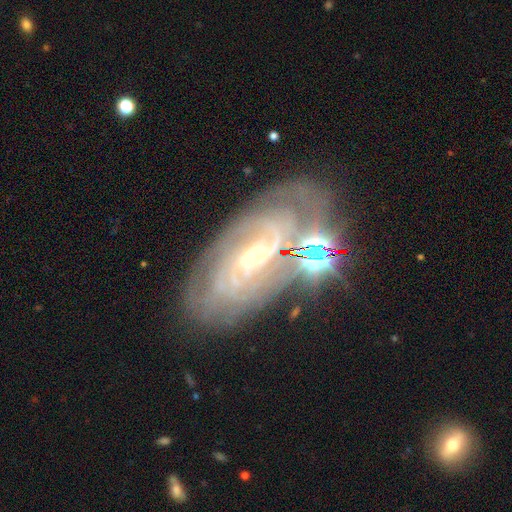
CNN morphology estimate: smooth_or_featured: featured or disk (p=0.82) [alt: smooth p=0.09]
disk_edge_on: no (p=0.93) [alt: yes p=0.07]
bar: no (p=0.43) [alt: weak p=0.38]
has_spiral_arms: yes (p=0.92) [alt: no p=0.08]
spiral_winding: tight (p=0.68) [alt: medium p=0.25]
spiral_arm_count: can't tell (p=0.41) [alt: 2 p=0.25]
bulge_size: small (p=0.66) [alt: moderate p=0.30]
merging: none (p=0.68) [alt: minor disturbance p=0.16]